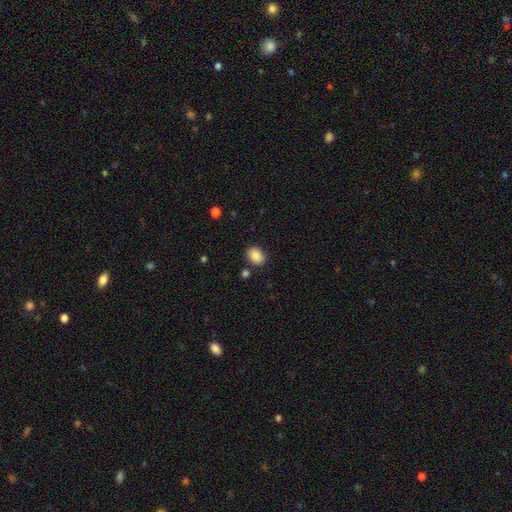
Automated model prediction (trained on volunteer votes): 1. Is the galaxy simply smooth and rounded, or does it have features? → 88% smooth, 8% star or artifact, 4% featured or disk.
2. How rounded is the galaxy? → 68% in between, 31% round, 1% cigar-shaped.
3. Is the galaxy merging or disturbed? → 83% none, 11% minor disturbance, 4% merger, 3% major disturbance.